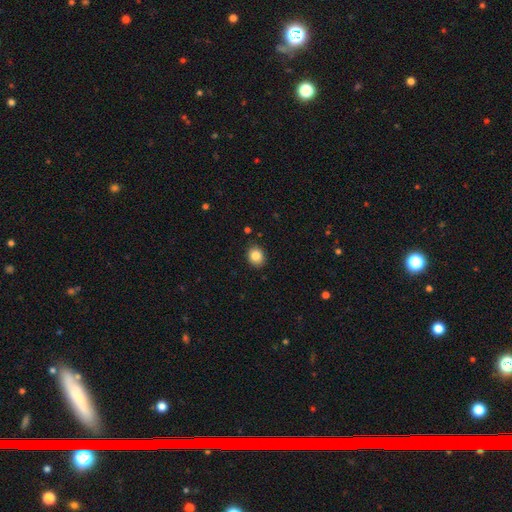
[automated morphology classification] A smooth galaxy with no disk features (85%) that is round (55%). Merging: none (89%).